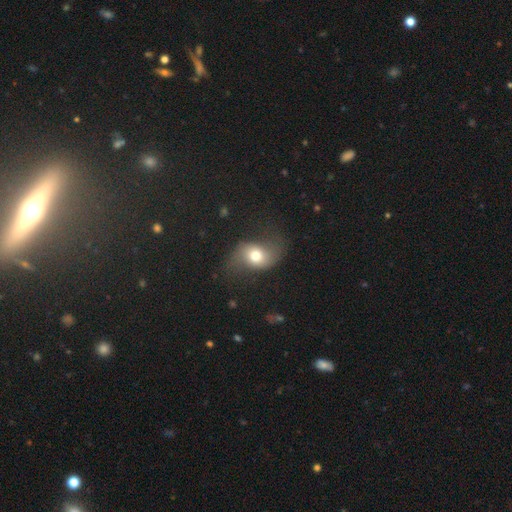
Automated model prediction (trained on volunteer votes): Morphology: type=smooth (49%); merging=none (55%).